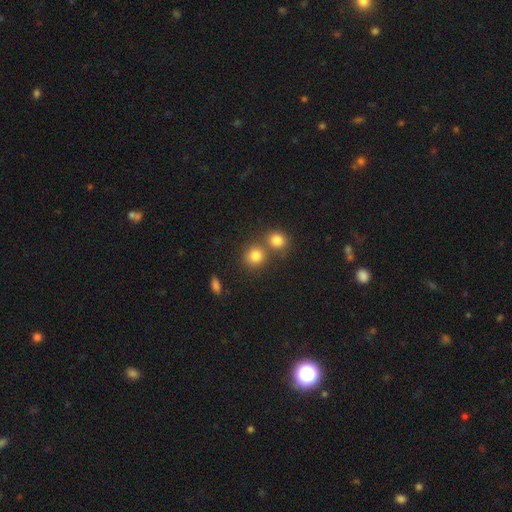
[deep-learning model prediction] Smooth or featured?
  - smooth: 81% *
  - star or artifact: 12%
  - featured or disk: 7%
How rounded?
  - round: 85% *
  - in between: 14%
  - cigar-shaped: 1%
Merging?
  - none: 56% *
  - merger: 34%
  - minor disturbance: 7%
  - major disturbance: 3%